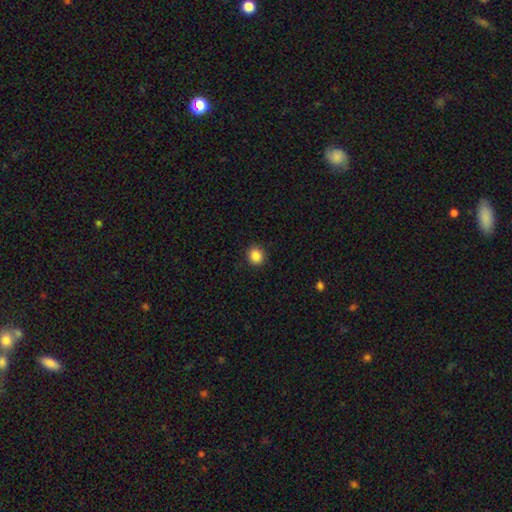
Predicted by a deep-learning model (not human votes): Smooth or featured? smooth (88%)
How rounded? round (83%)
Merging? none (90%)